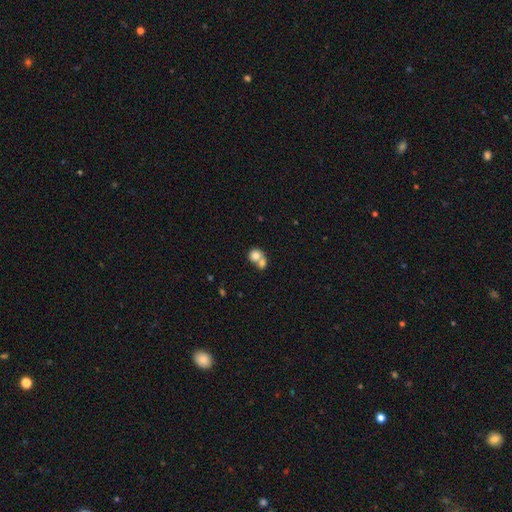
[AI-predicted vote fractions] smooth_or_featured: smooth (p=0.75) [alt: featured or disk p=0.16]
how_rounded: round (p=0.76) [alt: in between p=0.23]
merging: merger (p=0.64) [alt: none p=0.27]